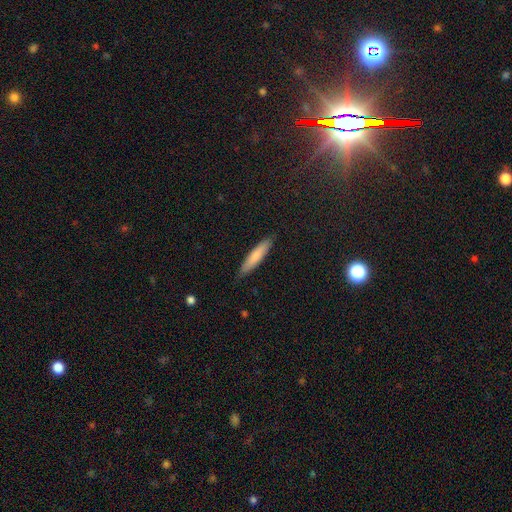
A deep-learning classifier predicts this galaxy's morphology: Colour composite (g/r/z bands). It shows a smooth galaxy with no disk features (77%) that is cigar-shaped (86%). Merging: none (87%).